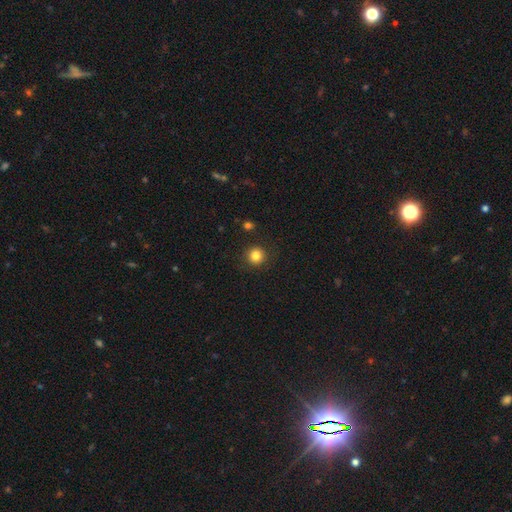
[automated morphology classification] type=smooth (83%); roundness=round (94%); merging=none (90%).